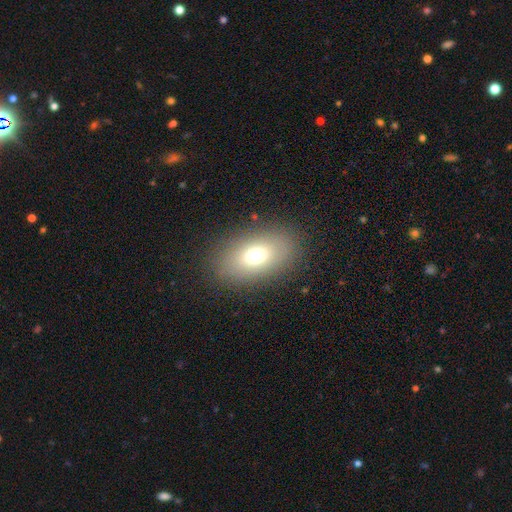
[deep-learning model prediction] Smooth or featured?
  - smooth: 69% *
  - featured or disk: 18%
  - star or artifact: 12%
How rounded?
  - in between: 85% *
  - round: 13%
  - cigar-shaped: 2%
Merging?
  - none: 85% *
  - minor disturbance: 9%
  - major disturbance: 5%
  - merger: 1%